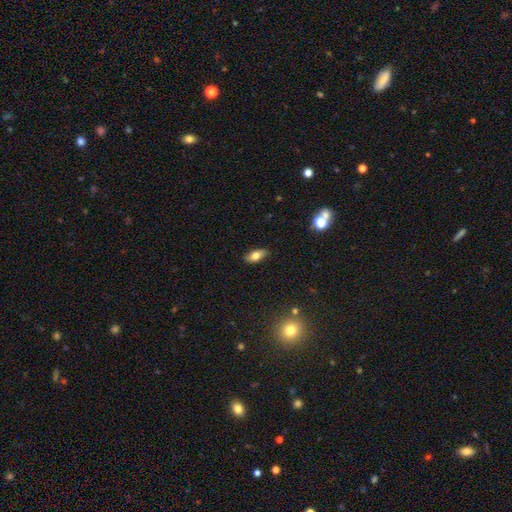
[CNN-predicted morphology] smooth-or-featured: smooth: 74% | featured or disk: 18% | star or artifact: 8%
  how-rounded: in between: 84% | cigar-shaped: 13% | round: 3%
  merging: none: 84% | minor disturbance: 12% | major disturbance: 2% | merger: 1%